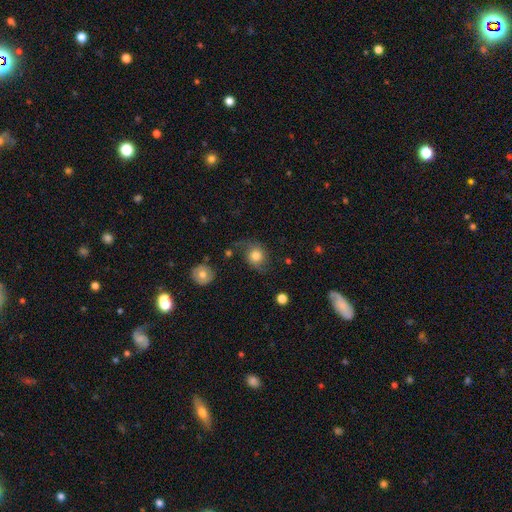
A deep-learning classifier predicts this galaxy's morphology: Overall: smooth (73%). How rounded: round (76%). Merging: none (62%; minor disturbance 22%).